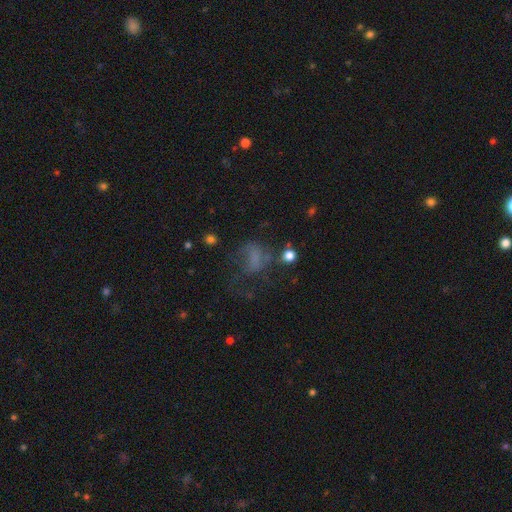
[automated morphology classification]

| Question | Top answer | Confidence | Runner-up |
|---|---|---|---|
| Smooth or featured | smooth | 44% | featured or disk (31%) |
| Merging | major disturbance | 40% | none (34%) |